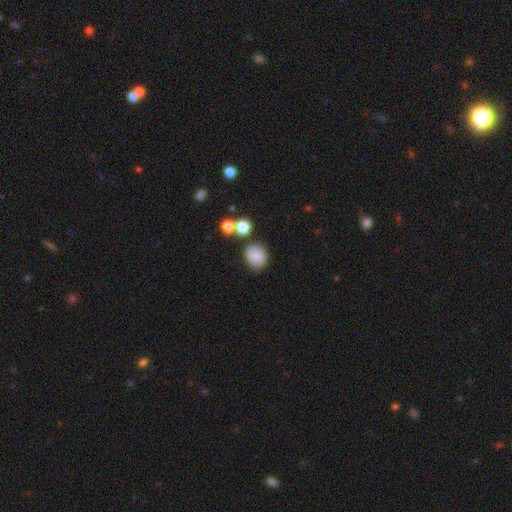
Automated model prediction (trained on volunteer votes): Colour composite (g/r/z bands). It shows a smooth galaxy with no disk features (78%) that is round (73%). Merging: none (72%).